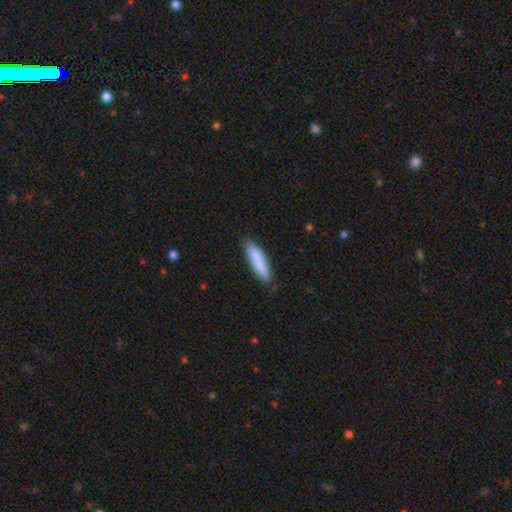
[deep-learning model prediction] A smooth galaxy with no disk features (77%) that is cigar-shaped (86%).

Vote fractions:
- Smooth or featured? smooth: 77% / featured or disk: 15% / star or artifact: 8%
- How rounded? cigar-shaped: 86% / in between: 13% / round: 1%
- Merging? none: 86% / minor disturbance: 11% / major disturbance: 2% / merger: 1%